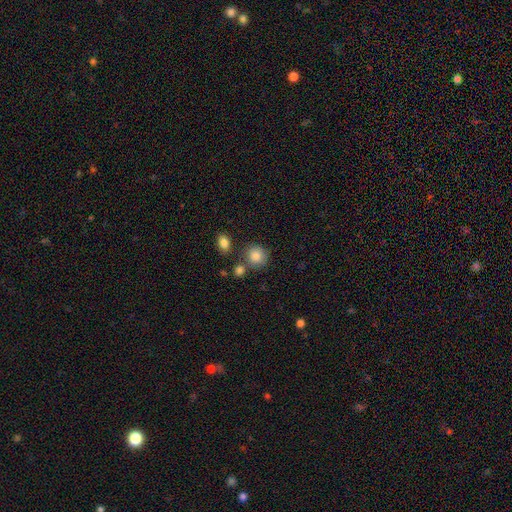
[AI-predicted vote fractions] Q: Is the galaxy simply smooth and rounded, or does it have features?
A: smooth — 85%.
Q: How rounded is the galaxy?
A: round — 84%.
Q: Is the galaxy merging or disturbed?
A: none — 72%.